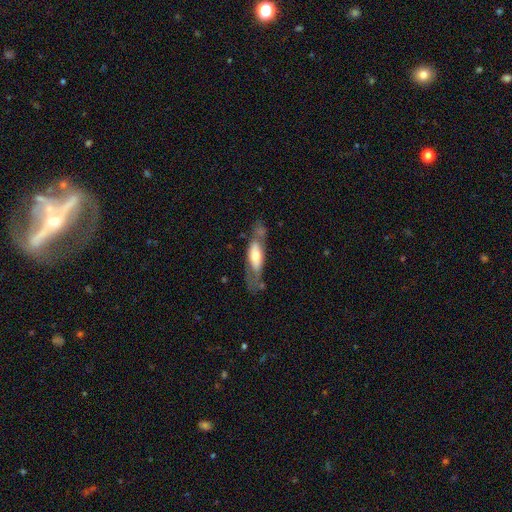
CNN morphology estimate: type=featured or disk (52%); edge-on=no (62%); merging=none (59%).